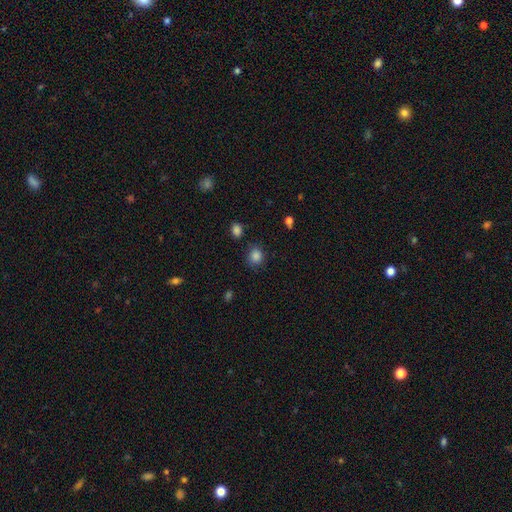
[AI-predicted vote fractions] smooth-or-featured: smooth: 85% | star or artifact: 11% | featured or disk: 4%
  how-rounded: round: 80% | in between: 19% | cigar-shaped: 1%
  merging: none: 81% | minor disturbance: 12% | major disturbance: 4% | merger: 3%